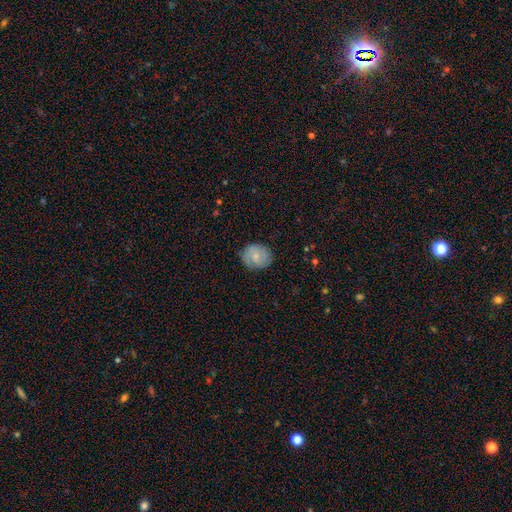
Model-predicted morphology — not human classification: Q: Smooth or featured?
A: smooth (69%); runner-up: featured or disk (23%)
Q: How rounded?
A: round (72%); runner-up: in between (27%)
Q: Merging?
A: none (80%); runner-up: minor disturbance (16%)